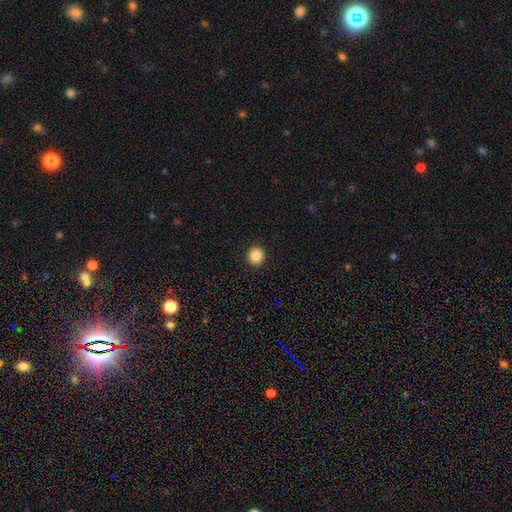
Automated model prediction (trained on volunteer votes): Smooth or featured?
  - smooth: 86% *
  - star or artifact: 10%
  - featured or disk: 4%
How rounded?
  - round: 92% *
  - in between: 7%
  - cigar-shaped: 1%
Merging?
  - none: 93% *
  - minor disturbance: 4%
  - major disturbance: 2%
  - merger: 1%